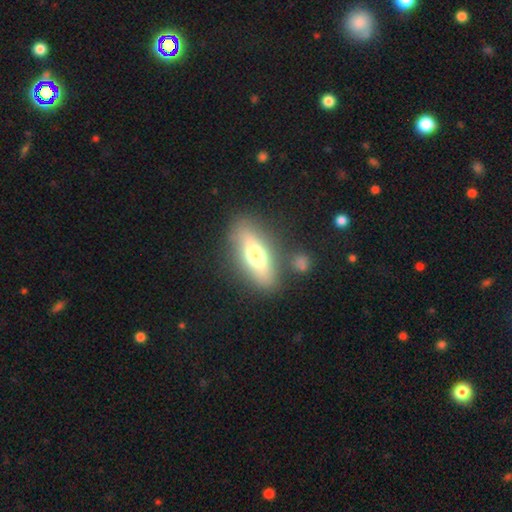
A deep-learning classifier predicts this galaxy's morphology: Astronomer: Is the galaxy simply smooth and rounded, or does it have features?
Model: smooth — 58%.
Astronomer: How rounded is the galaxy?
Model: in between — 68%.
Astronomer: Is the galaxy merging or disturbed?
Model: none — 79%.